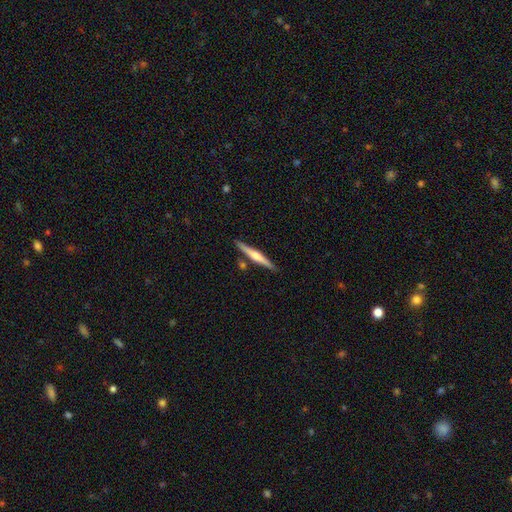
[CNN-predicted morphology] featured or disk 60%, smooth 35%, star or artifact 5%. Down the decision tree: edge-on disk — yes (98%); edge-on bulge — rounded (76%); merging — none (86%).